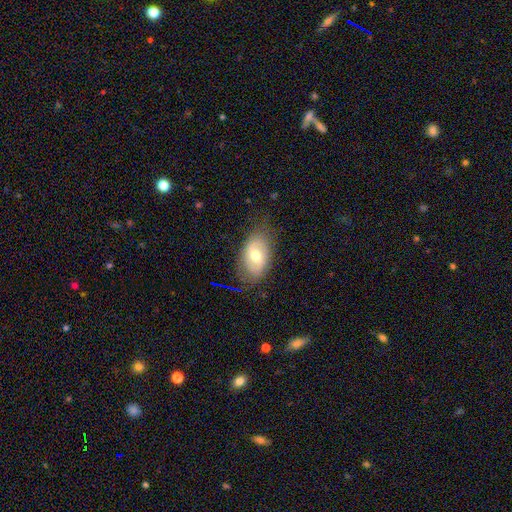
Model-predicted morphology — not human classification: A smooth galaxy with no disk features (51%) that is in between round and cigar-shaped (88%). Merging: none (75%).